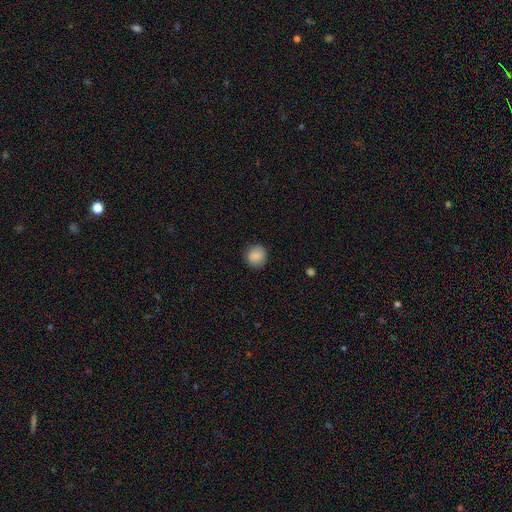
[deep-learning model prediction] Overall: smooth (86%). How rounded: round (89%). Merging: none (87%).